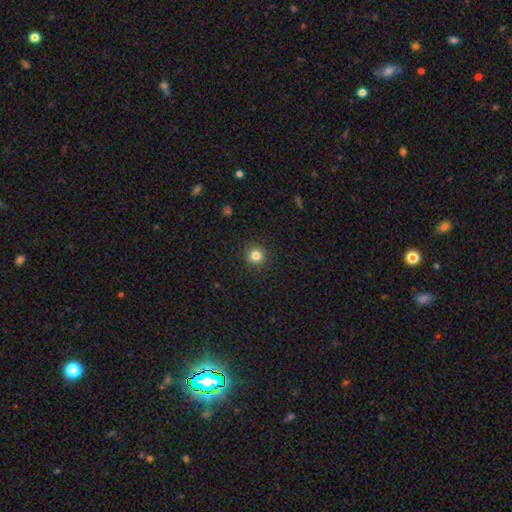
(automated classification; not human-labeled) smooth_or_featured: smooth (p=0.82) [alt: star or artifact p=0.12]
how_rounded: round (p=0.95) [alt: in between p=0.04]
merging: none (p=0.92) [alt: minor disturbance p=0.06]